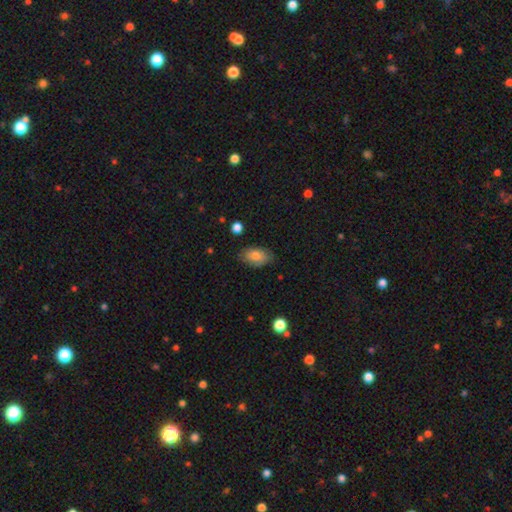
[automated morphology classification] Smooth or featured? Predicted: smooth (p=0.80). How rounded? Predicted: in between (p=0.92). Merging? Predicted: none (p=0.78).